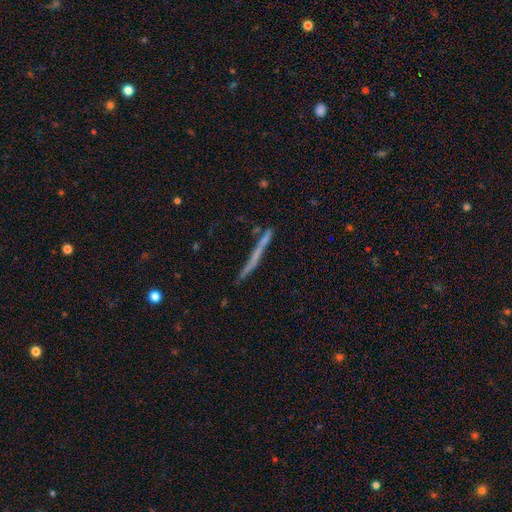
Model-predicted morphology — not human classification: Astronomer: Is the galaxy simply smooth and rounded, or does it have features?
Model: featured or disk — 48% (runner-up: smooth, 45%).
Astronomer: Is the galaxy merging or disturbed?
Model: none — 84%.